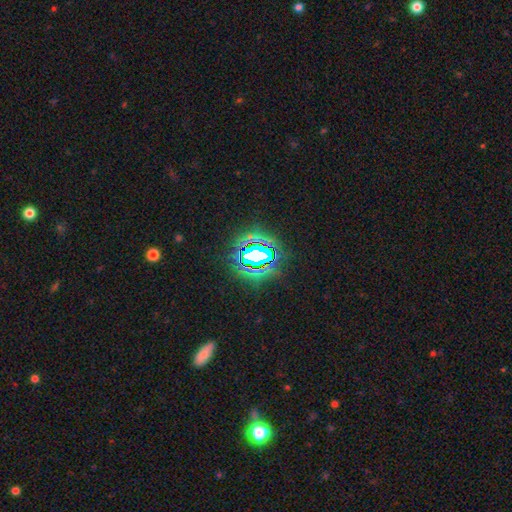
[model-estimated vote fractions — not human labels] Morphology: type=star or artifact (72%).